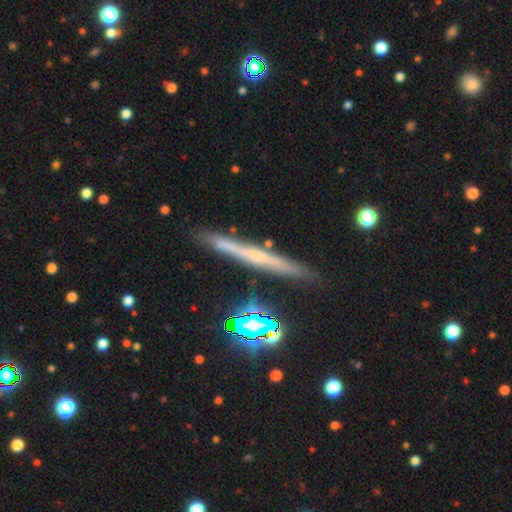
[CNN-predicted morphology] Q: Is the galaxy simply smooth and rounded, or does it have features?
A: featured or disk — 56%.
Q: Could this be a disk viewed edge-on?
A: yes — 95%.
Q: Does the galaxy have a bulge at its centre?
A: none — 65%.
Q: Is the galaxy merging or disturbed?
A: none — 86%.